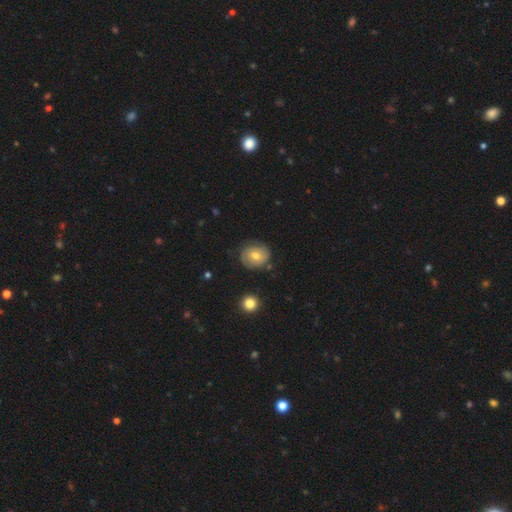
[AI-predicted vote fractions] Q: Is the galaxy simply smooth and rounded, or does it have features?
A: featured or disk — 50%.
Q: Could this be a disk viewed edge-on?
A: no — 97%.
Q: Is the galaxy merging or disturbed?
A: none — 75%.